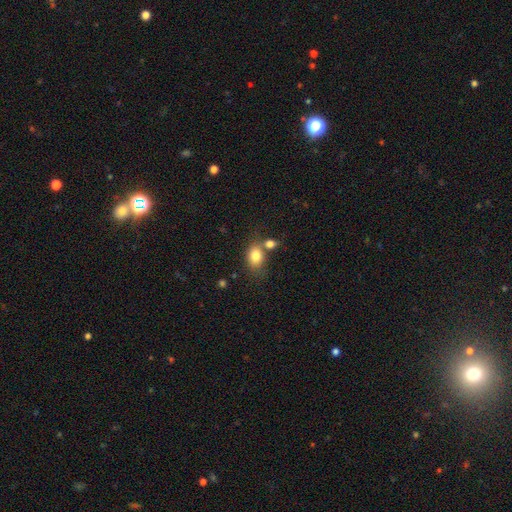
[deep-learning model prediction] smooth_or_featured: smooth (p=0.81) [alt: featured or disk p=0.10]
how_rounded: in between (p=0.71) [alt: round p=0.27]
merging: none (p=0.51) [alt: merger p=0.30]